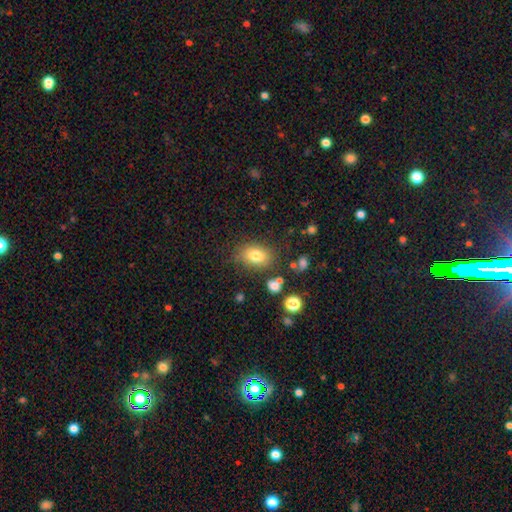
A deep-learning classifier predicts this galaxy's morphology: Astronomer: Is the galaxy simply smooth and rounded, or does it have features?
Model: smooth — 78%.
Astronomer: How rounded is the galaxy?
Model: in between — 73%.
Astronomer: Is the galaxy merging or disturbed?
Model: none — 77%.